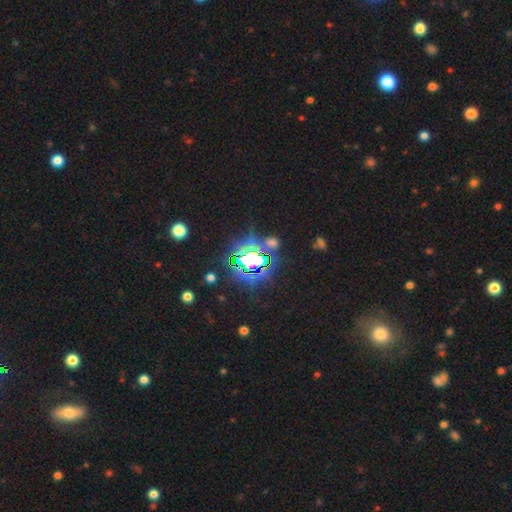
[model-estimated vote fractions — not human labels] smooth_or_featured: star or artifact (p=0.83) [alt: smooth p=0.10]